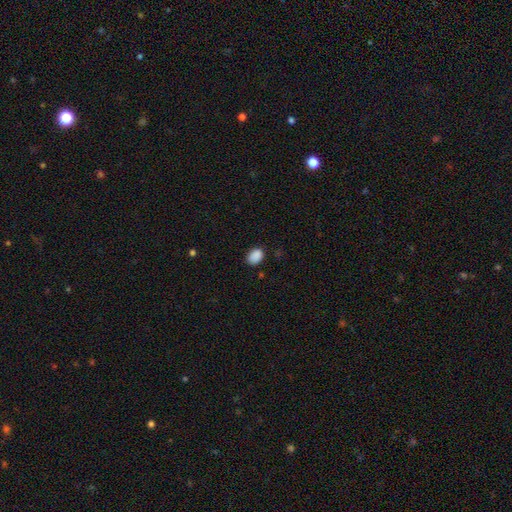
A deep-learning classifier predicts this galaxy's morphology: smooth_or_featured: smooth (p=0.89) [alt: star or artifact p=0.09]
how_rounded: in between (p=0.74) [alt: round p=0.25]
merging: none (p=0.83) [alt: minor disturbance p=0.13]